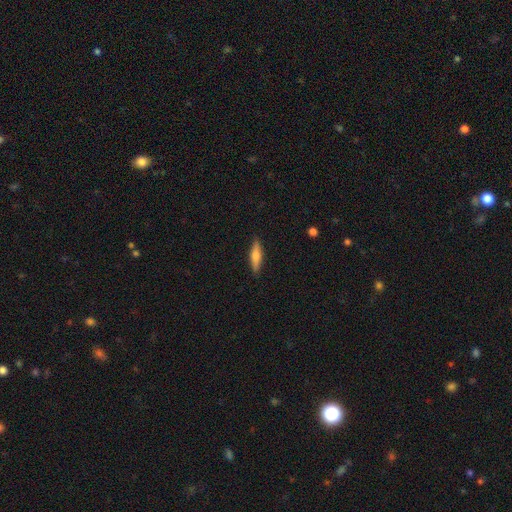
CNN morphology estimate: smooth-or-featured: smooth: 63% | featured or disk: 31% | star or artifact: 6%
  how-rounded: cigar-shaped: 71% | in between: 27% | round: 2%
  merging: none: 88% | minor disturbance: 9% | major disturbance: 2% | merger: 1%